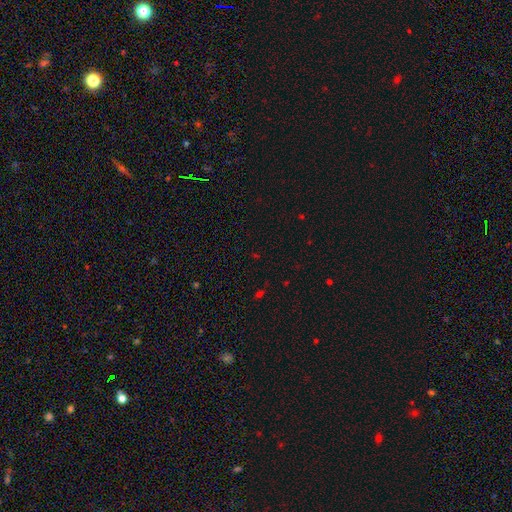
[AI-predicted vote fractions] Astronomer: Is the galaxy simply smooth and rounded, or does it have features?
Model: star or artifact — 64%.